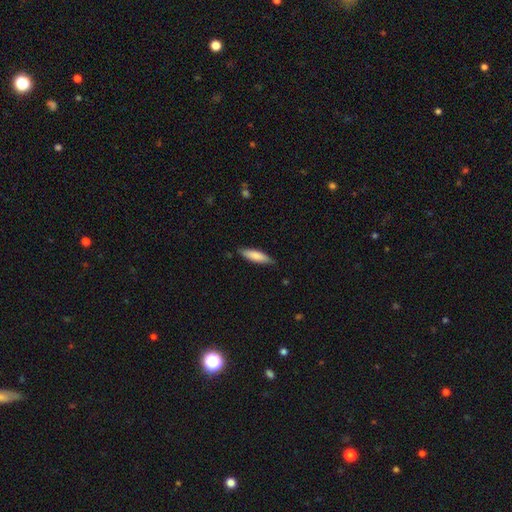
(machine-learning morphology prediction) This is clearly a smooth galaxy (82%). How rounded: likely cigar-shaped (67%). Merging: clearly none (83%).